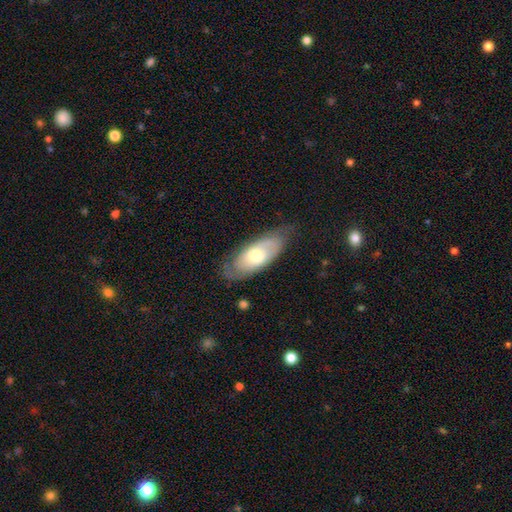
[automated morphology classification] Smooth or featured? smooth (48%)
Merging? none (69%)